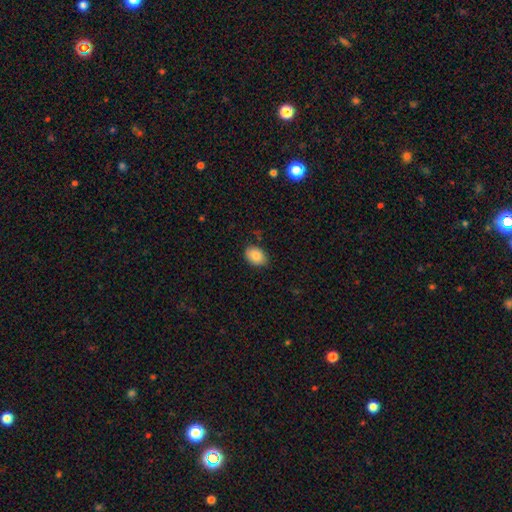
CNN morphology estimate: Q: Smooth or featured?
A: smooth (87%); runner-up: star or artifact (8%)
Q: How rounded?
A: in between (76%); runner-up: round (23%)
Q: Merging?
A: none (83%); runner-up: minor disturbance (13%)